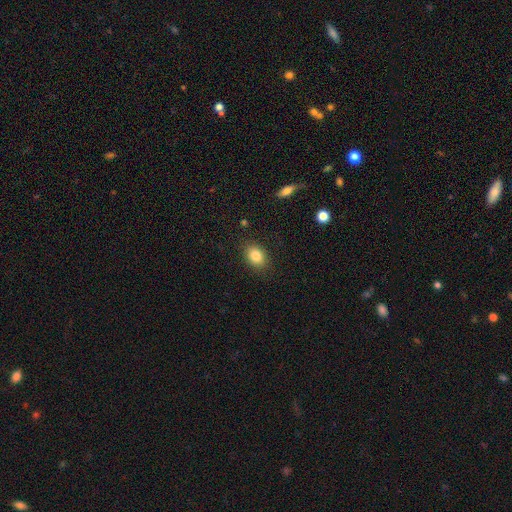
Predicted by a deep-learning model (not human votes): Q: Smooth or featured?
A: smooth (84%); runner-up: star or artifact (9%)
Q: How rounded?
A: in between (68%); runner-up: round (31%)
Q: Merging?
A: none (86%); runner-up: minor disturbance (10%)